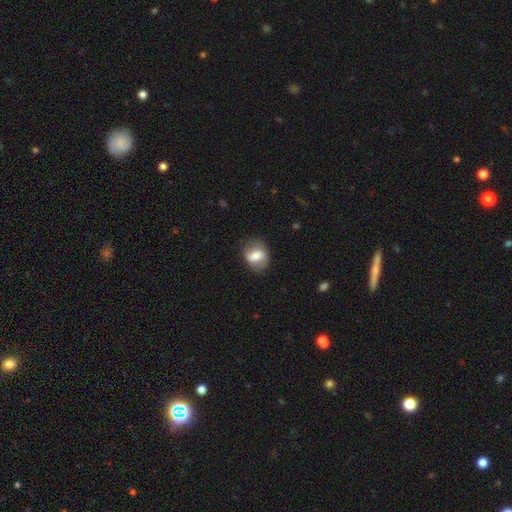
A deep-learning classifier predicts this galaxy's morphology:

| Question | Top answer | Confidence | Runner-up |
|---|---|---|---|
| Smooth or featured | smooth | 61% | featured or disk (31%) |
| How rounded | in between | 60% | round (38%) |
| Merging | none | 73% | minor disturbance (18%) |